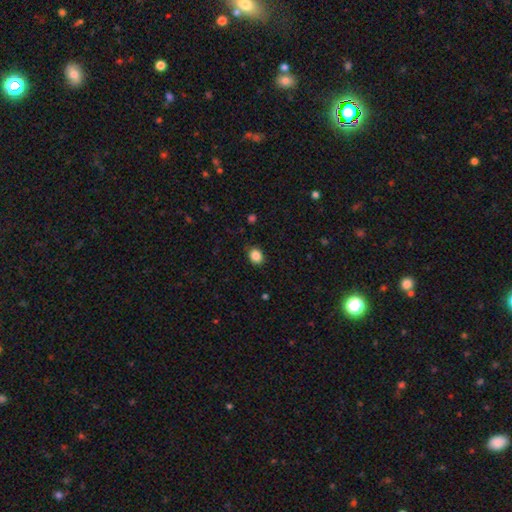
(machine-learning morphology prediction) smooth-or-featured: smooth: 87% | star or artifact: 10% | featured or disk: 4%
  how-rounded: round: 52% | in between: 47% | cigar-shaped: 1%
  merging: none: 86% | minor disturbance: 11% | major disturbance: 2% | merger: 1%